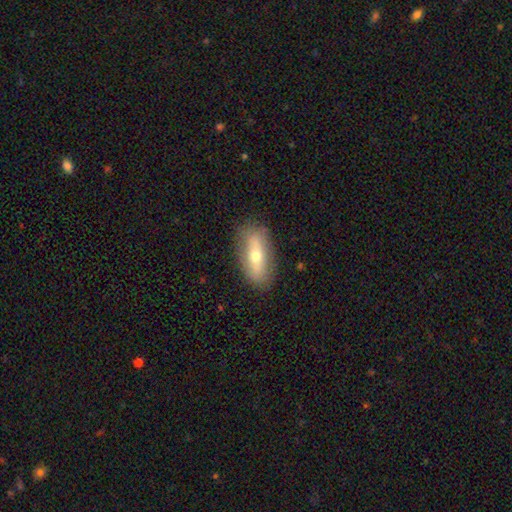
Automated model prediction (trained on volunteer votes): Smooth or featured? smooth (54%)
How rounded? in between (75%)
Merging? none (84%)